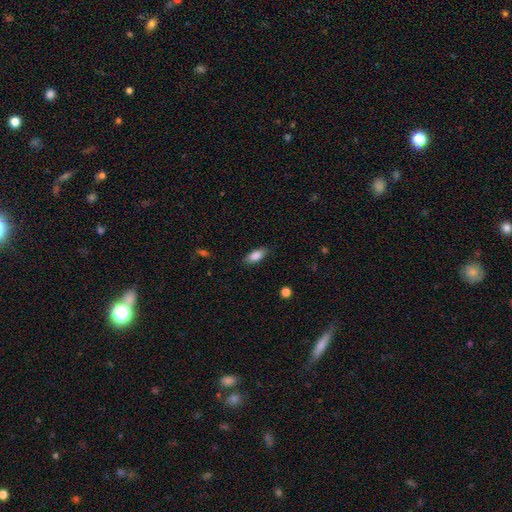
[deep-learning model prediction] Q: Smooth or featured?
A: smooth (85%); runner-up: featured or disk (8%)
Q: How rounded?
A: in between (83%); runner-up: cigar-shaped (13%)
Q: Merging?
A: none (83%); runner-up: minor disturbance (13%)